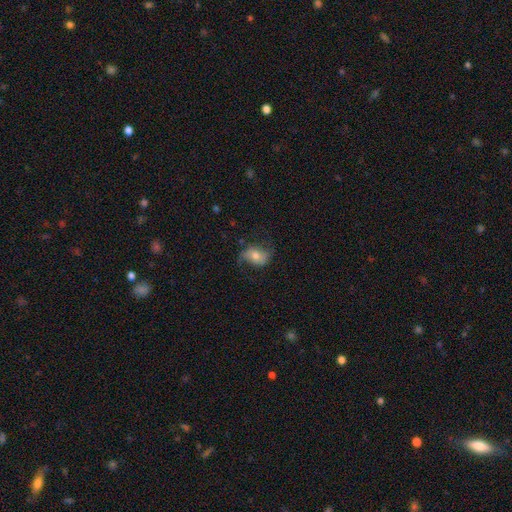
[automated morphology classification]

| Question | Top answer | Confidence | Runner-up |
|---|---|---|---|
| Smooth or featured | featured or disk | 50% | smooth (42%) |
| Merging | none | 61% | minor disturbance (23%) |